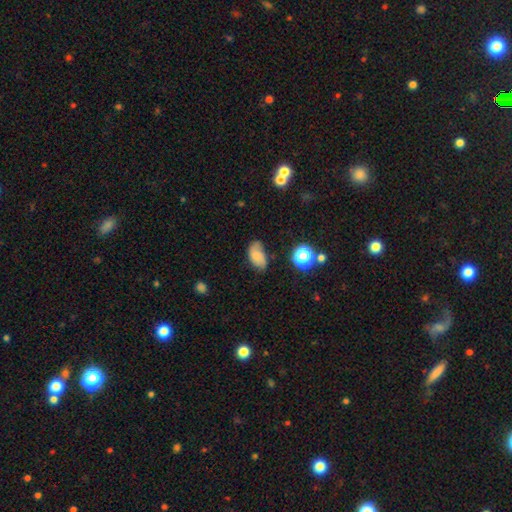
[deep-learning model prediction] Smooth or featured?
  - smooth: 67% *
  - featured or disk: 21%
  - star or artifact: 12%
How rounded?
  - in between: 90% *
  - round: 8%
  - cigar-shaped: 2%
Merging?
  - none: 57% *
  - minor disturbance: 31%
  - major disturbance: 9%
  - merger: 3%